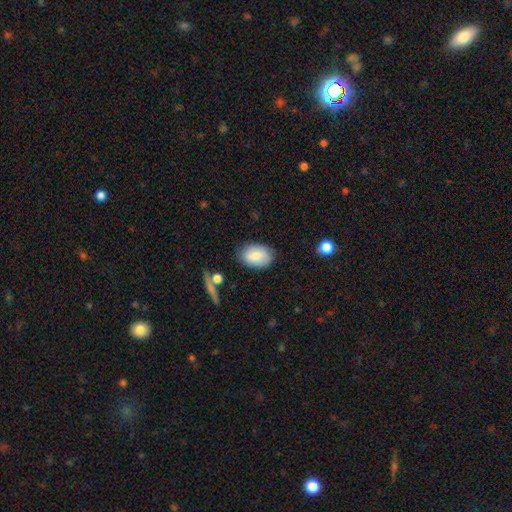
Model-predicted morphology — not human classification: Smooth or featured? smooth (81%)
How rounded? in between (85%)
Merging? none (80%)